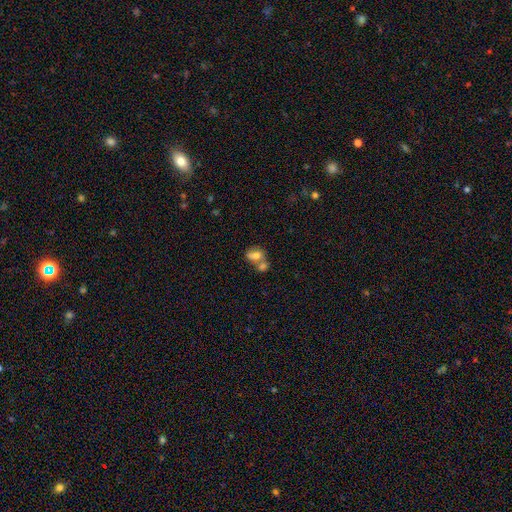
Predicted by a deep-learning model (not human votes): Overall: smooth (66%). How rounded: in between (70%). Merging: merger (60%; none 25%).